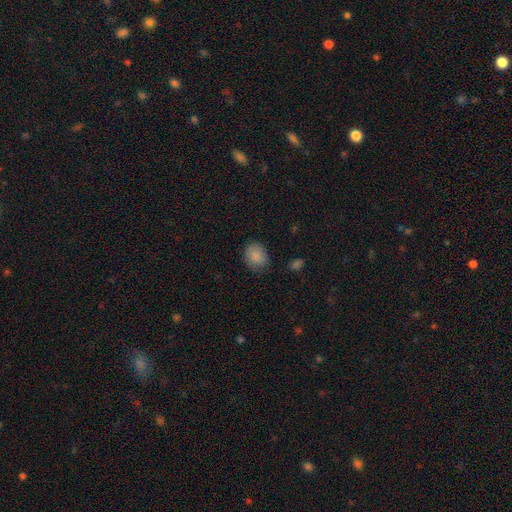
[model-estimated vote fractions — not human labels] Smooth or featured?
  - smooth: 86% *
  - star or artifact: 8%
  - featured or disk: 7%
How rounded?
  - round: 51% *
  - in between: 48%
  - cigar-shaped: 1%
Merging?
  - none: 74% *
  - minor disturbance: 20%
  - major disturbance: 4%
  - merger: 2%